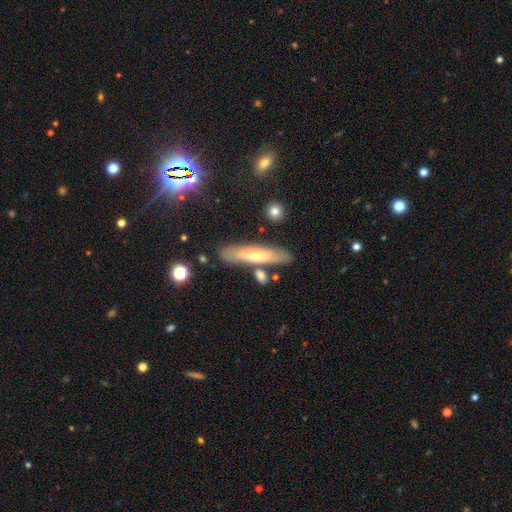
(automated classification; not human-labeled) Smooth or featured: smooth — 48% (featured or disk — 45%)
Merging: none — 78% (minor disturbance — 12%)